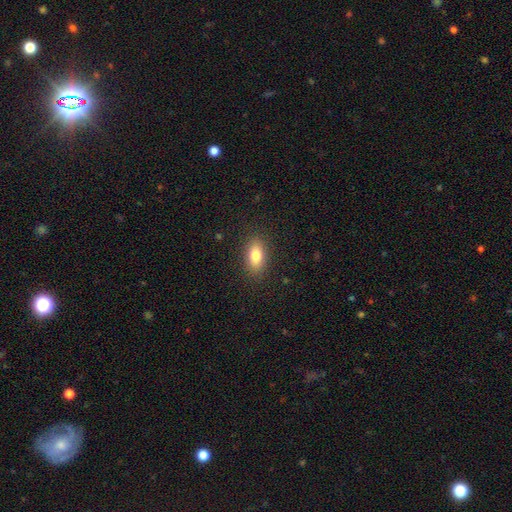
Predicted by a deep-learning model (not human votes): A smooth galaxy with no disk features (80%) that is in between round and cigar-shaped (85%). Merging: none (88%).